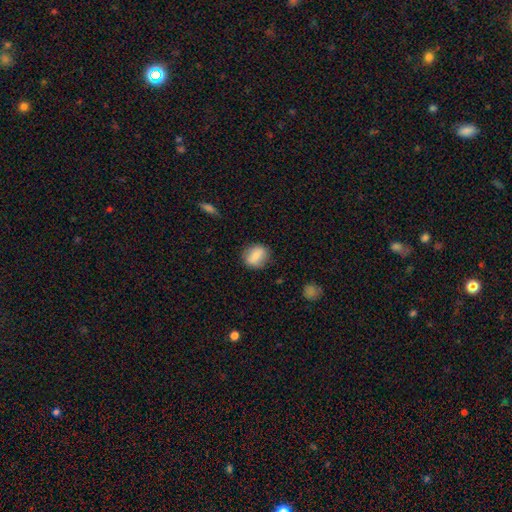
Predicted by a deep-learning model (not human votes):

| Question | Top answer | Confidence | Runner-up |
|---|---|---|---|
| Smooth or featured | smooth | 75% | featured or disk (17%) |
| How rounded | round | 59% | in between (39%) |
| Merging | none | 83% | minor disturbance (12%) |